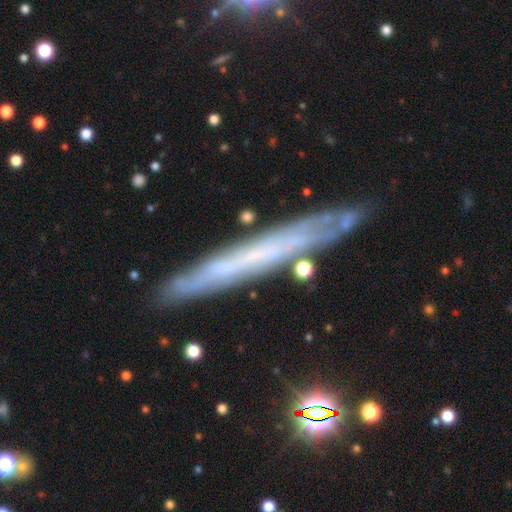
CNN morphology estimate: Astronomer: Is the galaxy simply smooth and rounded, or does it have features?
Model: featured or disk — 63%.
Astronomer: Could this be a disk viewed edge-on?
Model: yes — 83%.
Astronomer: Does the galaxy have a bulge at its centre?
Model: none — 87%.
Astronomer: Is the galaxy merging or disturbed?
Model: none — 84%.